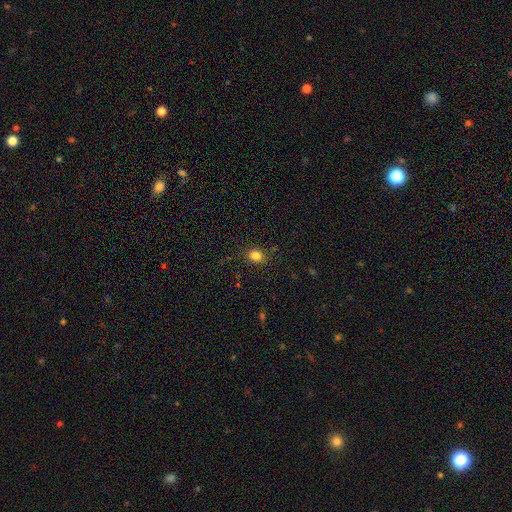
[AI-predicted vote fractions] This appears to be a smooth galaxy with no disk features (82%) that is round (58%). Merging: none (87%).